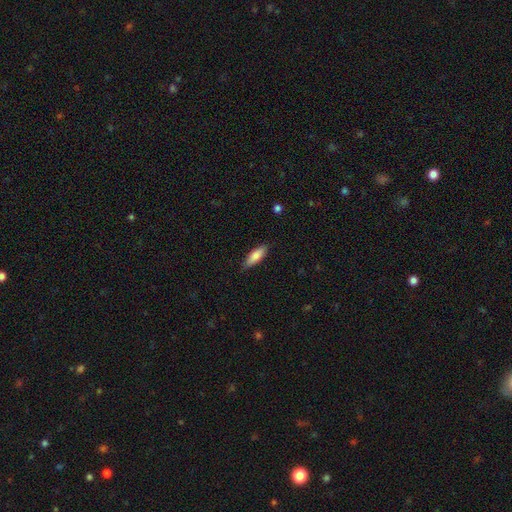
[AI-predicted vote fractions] smooth_or_featured: smooth (p=0.81) [alt: featured or disk p=0.13]
how_rounded: in between (p=0.55) [alt: cigar-shaped p=0.44]
merging: none (p=0.84) [alt: minor disturbance p=0.13]